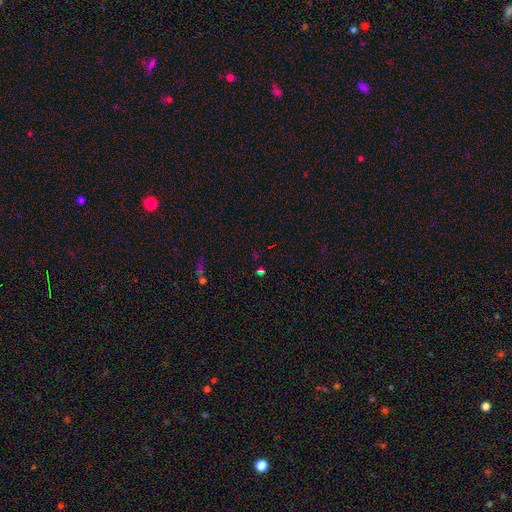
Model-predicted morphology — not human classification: This appears to be a star or artifact, not a galaxy (68%).